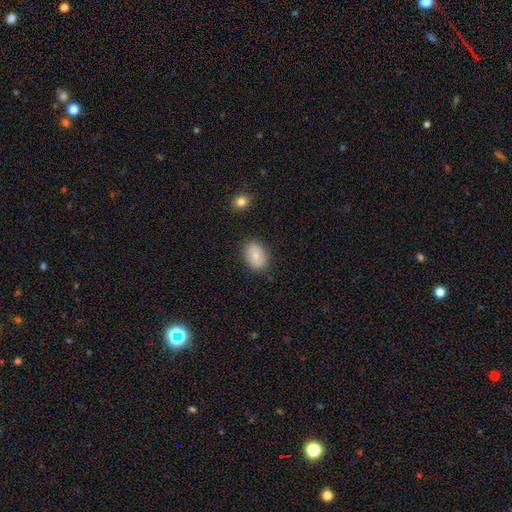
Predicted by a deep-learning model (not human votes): Smooth or featured: smooth — 81% (featured or disk — 12%)
How rounded: in between — 78% (round — 20%)
Merging: none — 85% (minor disturbance — 11%)